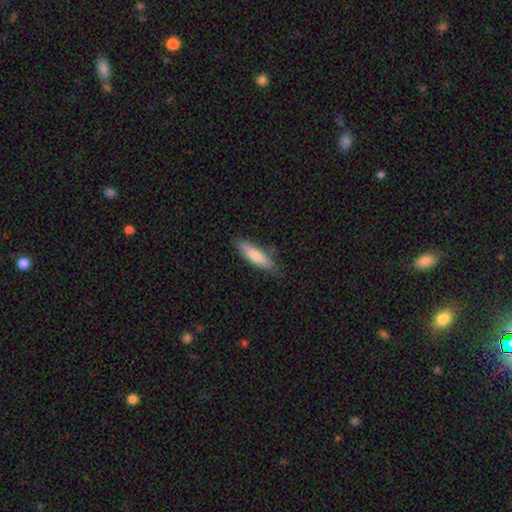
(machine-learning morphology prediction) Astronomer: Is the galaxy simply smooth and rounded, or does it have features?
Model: smooth — 79%.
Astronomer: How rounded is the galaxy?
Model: cigar-shaped — 66%.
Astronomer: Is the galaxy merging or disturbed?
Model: none — 76%.